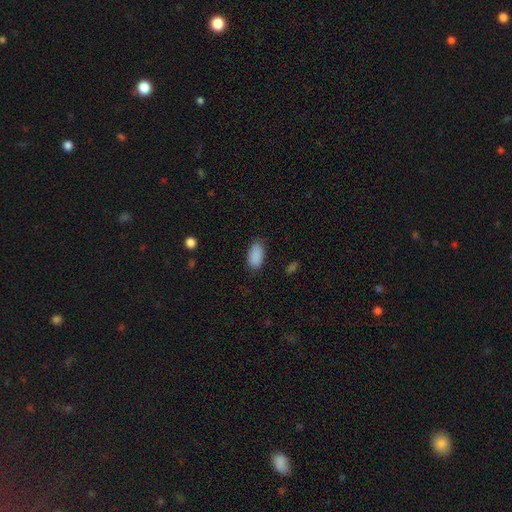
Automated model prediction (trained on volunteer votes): Smooth or featured?
  - smooth: 90% *
  - star or artifact: 7%
  - featured or disk: 3%
How rounded?
  - in between: 94% *
  - round: 3%
  - cigar-shaped: 3%
Merging?
  - none: 83% *
  - minor disturbance: 13%
  - major disturbance: 3%
  - merger: 1%